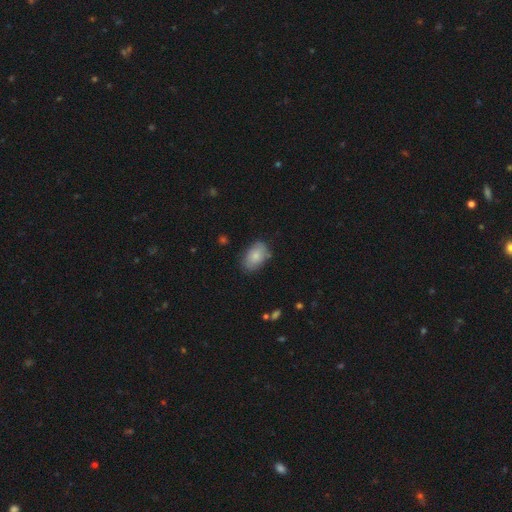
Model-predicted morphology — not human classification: Overall: smooth (79%). How rounded: in between (89%). Merging: none (74%).